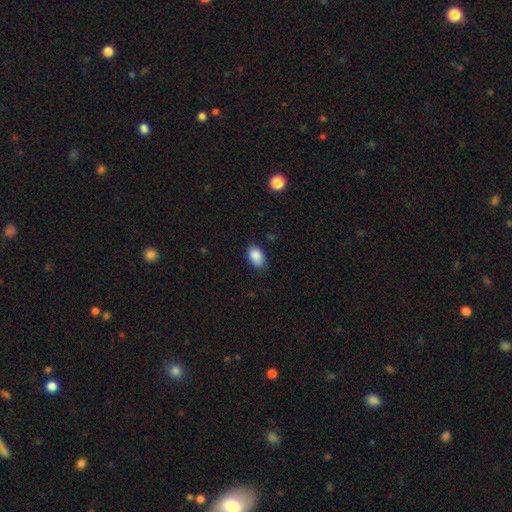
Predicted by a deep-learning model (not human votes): smooth_or_featured: smooth (p=0.88) [alt: star or artifact p=0.07]
how_rounded: in between (p=0.89) [alt: round p=0.10]
merging: none (p=0.79) [alt: minor disturbance p=0.17]